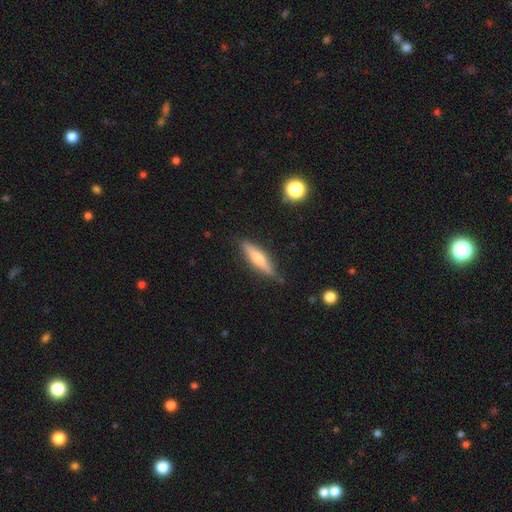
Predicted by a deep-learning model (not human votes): smooth_or_featured: featured or disk (p=0.50) [alt: smooth p=0.43]
merging: none (p=0.85) [alt: minor disturbance p=0.11]